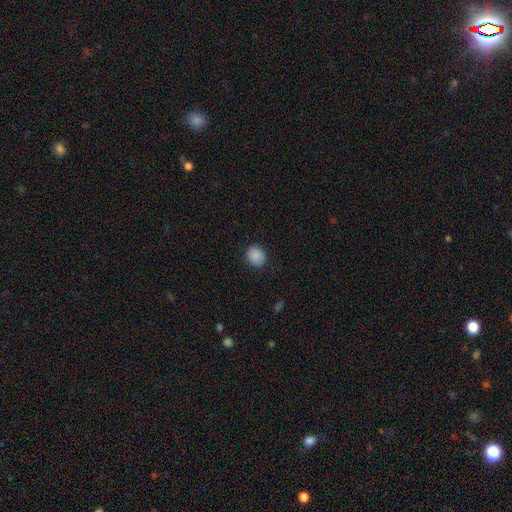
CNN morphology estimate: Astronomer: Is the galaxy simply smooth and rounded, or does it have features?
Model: smooth — 89%.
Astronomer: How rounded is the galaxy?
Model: round — 77%.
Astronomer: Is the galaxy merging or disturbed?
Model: none — 88%.